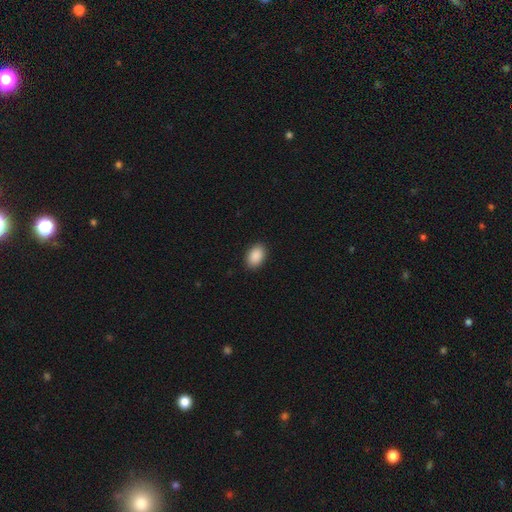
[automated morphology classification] type=smooth (91%); roundness=in between (89%); merging=none (90%).